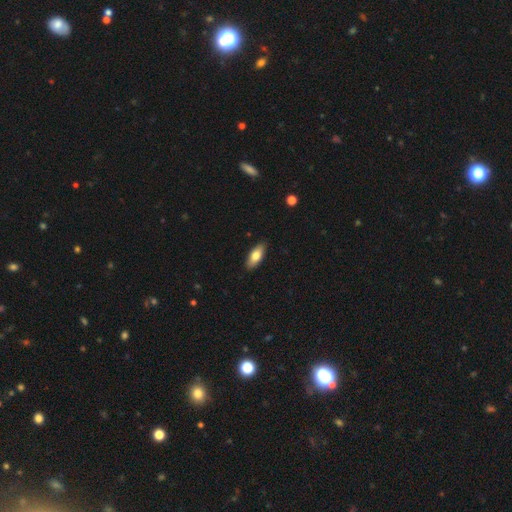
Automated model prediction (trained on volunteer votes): smooth-or-featured: smooth: 76% | featured or disk: 18% | star or artifact: 6%
  how-rounded: in between: 80% | cigar-shaped: 17% | round: 2%
  merging: none: 88% | minor disturbance: 10% | major disturbance: 2% | merger: 1%